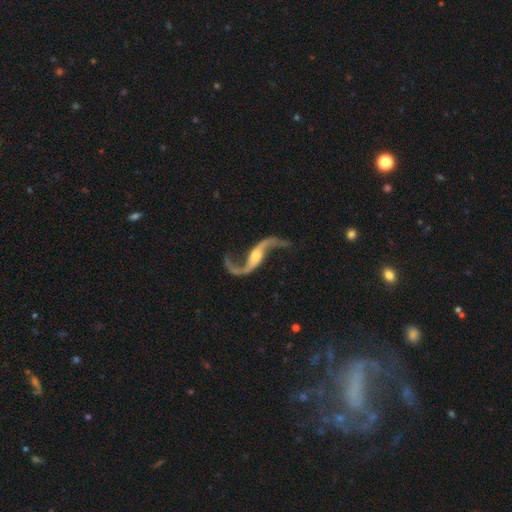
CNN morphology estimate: featured or disk 92%, star or artifact 4%, smooth 4%. Down the decision tree: edge-on disk — no (94%); bar — no (39%); spiral arms — yes (97%); spiral arm count — 2 (94%); spiral winding — loose (93%); bulge size — moderate (48%); merging — none (74%).